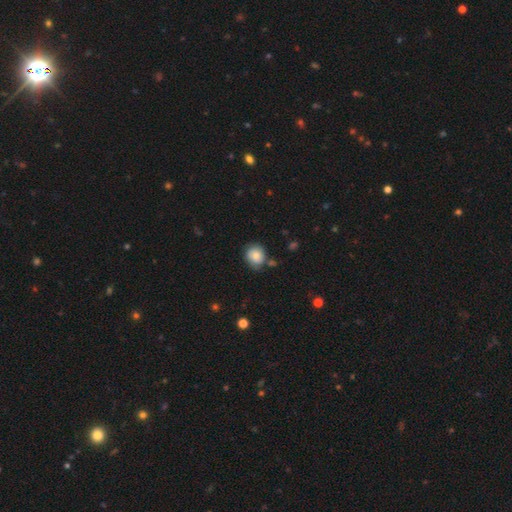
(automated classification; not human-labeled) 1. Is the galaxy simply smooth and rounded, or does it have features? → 75% smooth, 16% featured or disk, 9% star or artifact.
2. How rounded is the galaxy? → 75% round, 24% in between, 1% cigar-shaped.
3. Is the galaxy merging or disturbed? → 69% none, 21% minor disturbance, 6% merger, 5% major disturbance.